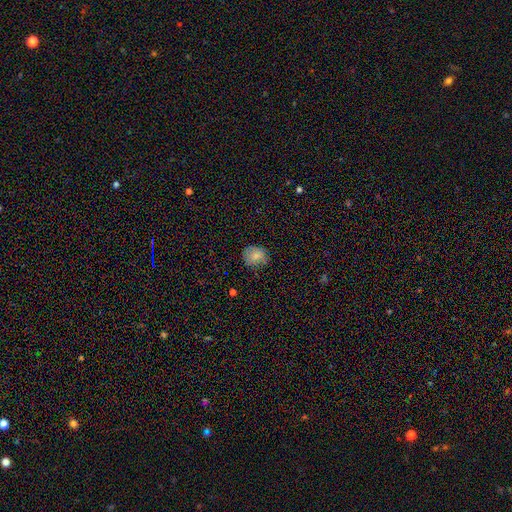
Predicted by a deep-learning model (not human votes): Smooth or featured: smooth — 81% (featured or disk — 10%)
How rounded: round — 68% (in between — 31%)
Merging: none — 71% (minor disturbance — 23%)